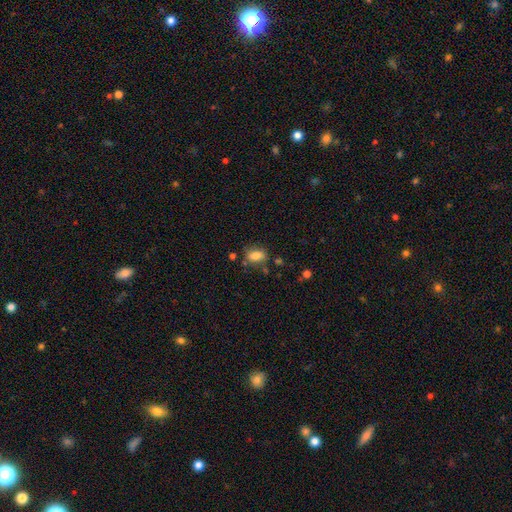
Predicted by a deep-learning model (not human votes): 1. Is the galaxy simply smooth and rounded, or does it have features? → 78% smooth, 12% featured or disk, 10% star or artifact.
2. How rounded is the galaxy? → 81% in between, 16% round, 3% cigar-shaped.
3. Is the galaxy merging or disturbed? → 68% none, 19% minor disturbance, 8% merger, 5% major disturbance.